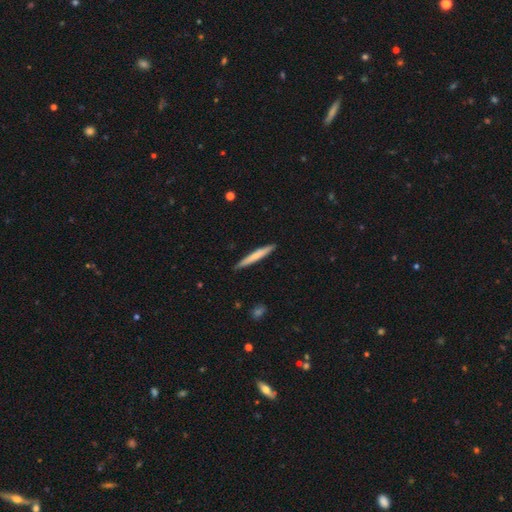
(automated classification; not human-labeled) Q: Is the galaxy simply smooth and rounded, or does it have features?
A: smooth — 64%.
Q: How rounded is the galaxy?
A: cigar-shaped — 96%.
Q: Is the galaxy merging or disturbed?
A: none — 90%.